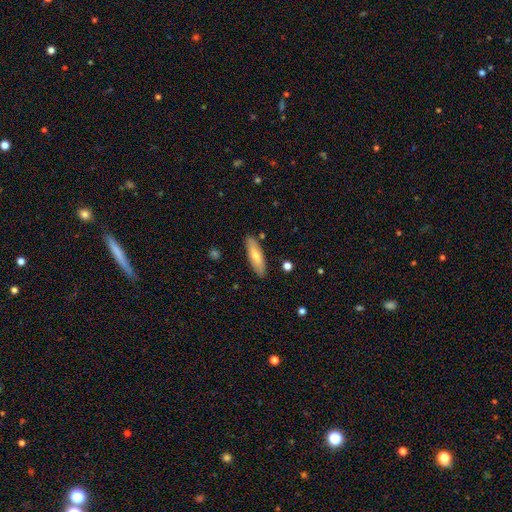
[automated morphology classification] Q: Smooth or featured?
A: smooth (72%); runner-up: featured or disk (22%)
Q: How rounded?
A: cigar-shaped (54%); runner-up: in between (44%)
Q: Merging?
A: none (87%); runner-up: minor disturbance (10%)